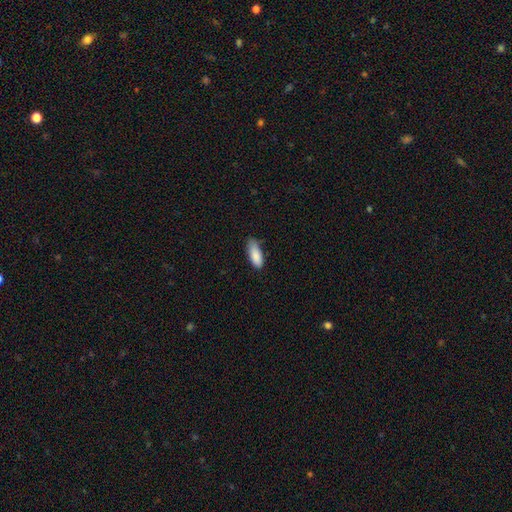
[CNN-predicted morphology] Smooth or featured: smooth — 88% (star or artifact — 7%)
How rounded: in between — 74% (cigar-shaped — 24%)
Merging: none — 64% (minor disturbance — 30%)